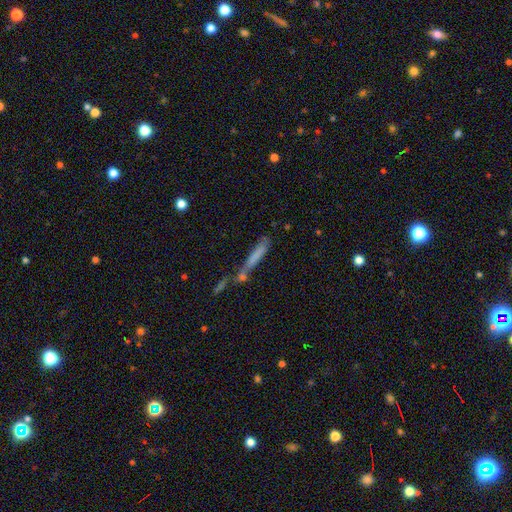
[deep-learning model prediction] A smooth galaxy with no disk features (64%) that is cigar-shaped (90%). Merging: merger (44%).